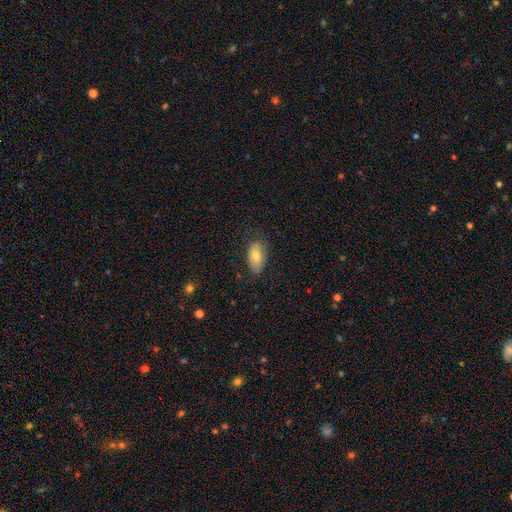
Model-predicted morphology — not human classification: type=smooth (73%); roundness=in between (93%); merging=none (71%).